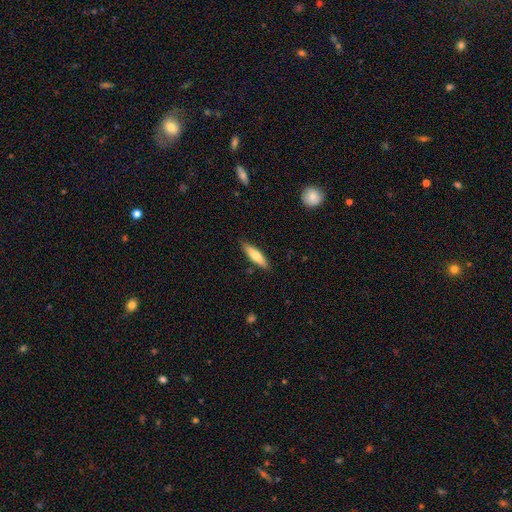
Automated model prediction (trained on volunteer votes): Smooth or featured? Predicted: smooth (p=0.68). How rounded? Predicted: cigar-shaped (p=0.68). Merging? Predicted: none (p=0.86).